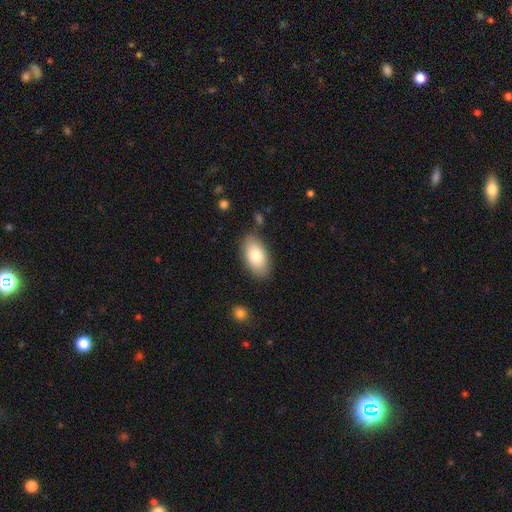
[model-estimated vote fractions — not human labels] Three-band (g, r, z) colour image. It shows a smooth galaxy with no disk features (80%) that is in between round and cigar-shaped (94%). Merging: none (83%).